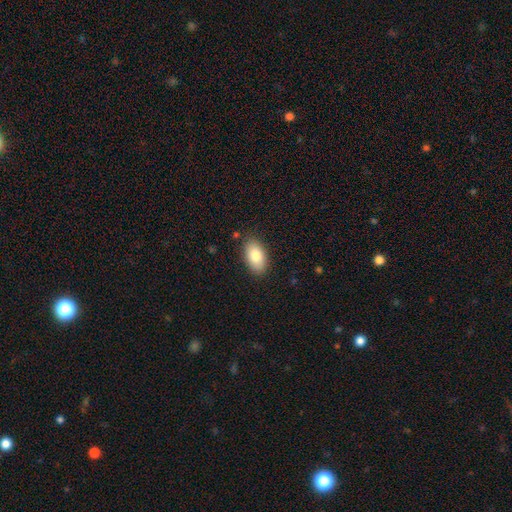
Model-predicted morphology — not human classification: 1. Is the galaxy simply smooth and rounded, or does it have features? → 83% smooth, 11% featured or disk, 7% star or artifact.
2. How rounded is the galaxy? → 93% in between, 5% round, 2% cigar-shaped.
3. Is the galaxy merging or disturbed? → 84% none, 12% minor disturbance, 2% major disturbance, 1% merger.